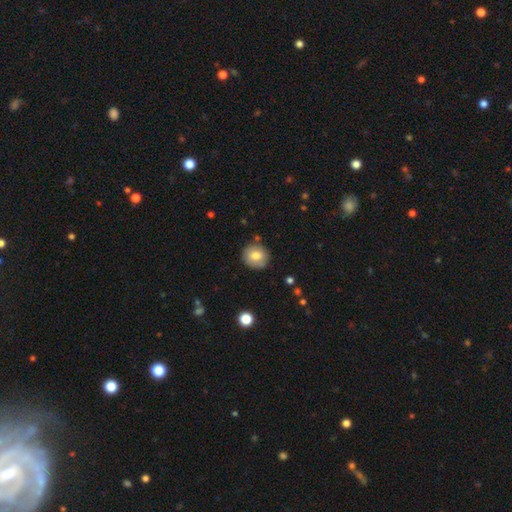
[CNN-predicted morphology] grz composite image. It shows a smooth galaxy with no disk features (77%) that is round (86%). Merging: none (83%).